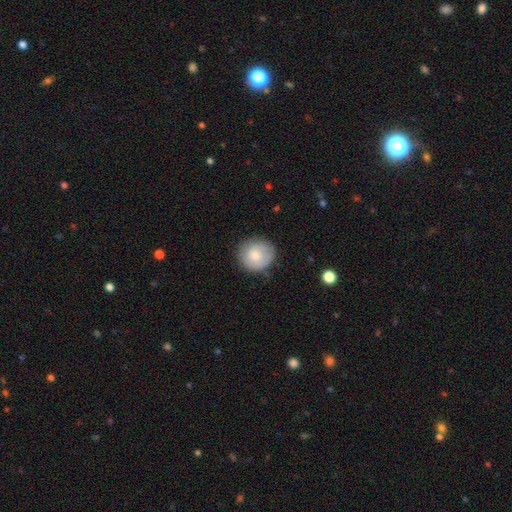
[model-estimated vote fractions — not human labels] smooth 72%, featured or disk 22%, star or artifact 6%. Down the decision tree: how rounded — round (89%); merging — none (79%).